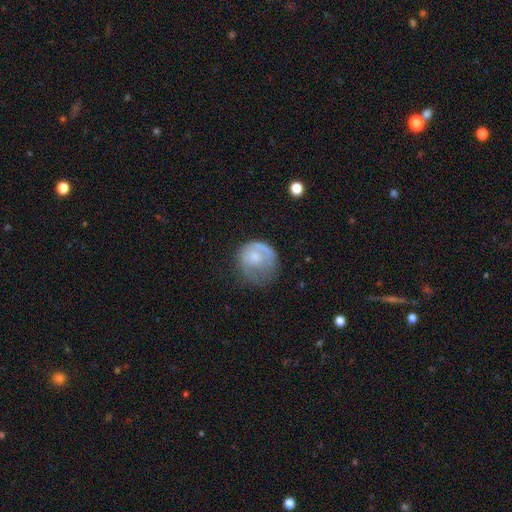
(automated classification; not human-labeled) Smooth or featured? smooth (51%)
How rounded? round (77%)
Merging? none (38%)